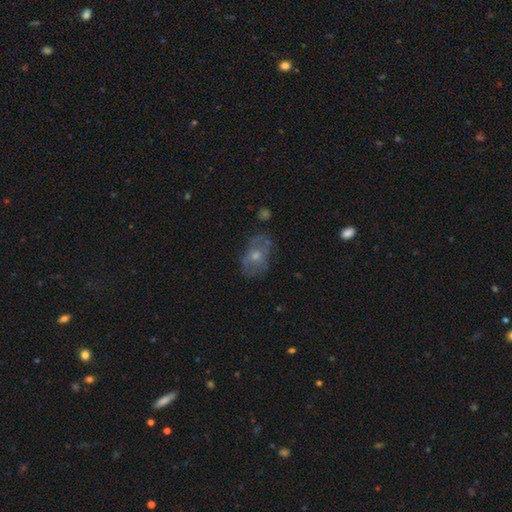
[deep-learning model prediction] smooth-or-featured: featured or disk: 55% | smooth: 31% | star or artifact: 13%
  disk-edge-on: no: 94% | yes: 6%
    bar: no: 80% | weak: 16% | strong: 4%
    has-spiral-arms: no: 56% | yes: 44%
    bulge-size: moderate: 53% | small: 41% | large: 3% | none: 2% | dominant: 1%
  merging: none: 69% | minor disturbance: 20% | major disturbance: 9% | merger: 2%